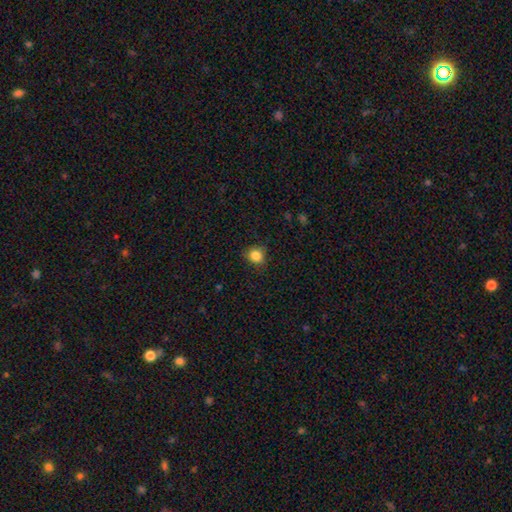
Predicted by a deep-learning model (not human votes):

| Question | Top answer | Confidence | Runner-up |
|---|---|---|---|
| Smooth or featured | smooth | 85% | star or artifact (11%) |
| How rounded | round | 82% | in between (17%) |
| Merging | none | 81% | minor disturbance (15%) |